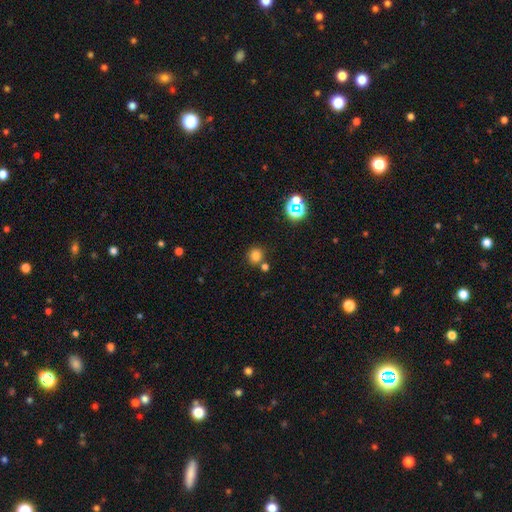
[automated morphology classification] smooth_or_featured: smooth (p=0.77) [alt: star or artifact p=0.17]
how_rounded: round (p=0.90) [alt: in between p=0.09]
merging: none (p=0.74) [alt: merger p=0.16]